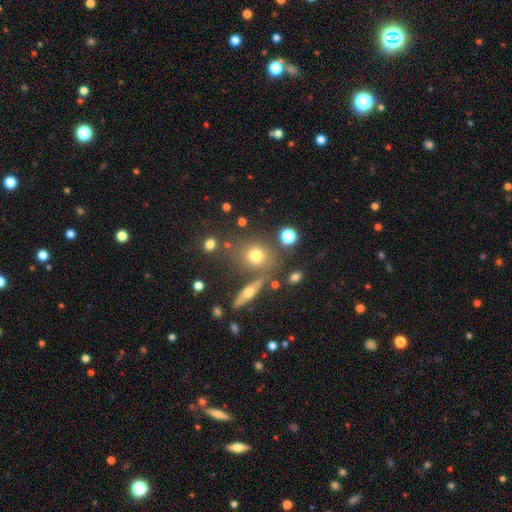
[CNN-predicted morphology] smooth_or_featured: smooth (p=0.70) [alt: featured or disk p=0.16]
how_rounded: round (p=0.72) [alt: in between p=0.25]
merging: none (p=0.68) [alt: merger p=0.15]